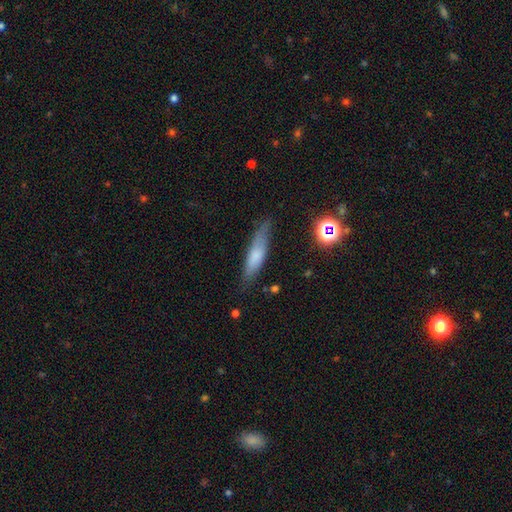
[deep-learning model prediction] Smooth or featured? smooth (67%)
How rounded? cigar-shaped (72%)
Merging? none (68%)